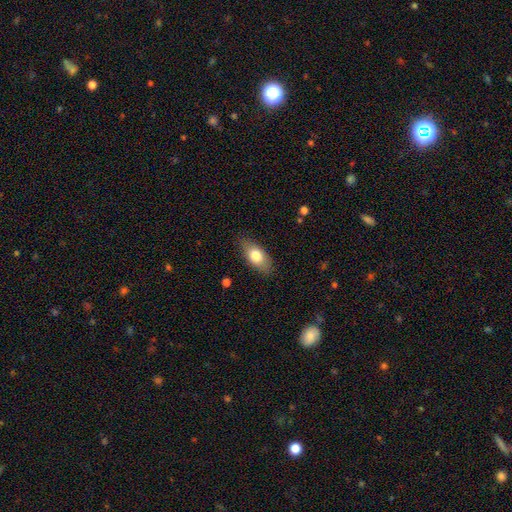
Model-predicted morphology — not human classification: smooth_or_featured: smooth (p=0.76) [alt: featured or disk p=0.18]
how_rounded: in between (p=0.87) [alt: cigar-shaped p=0.08]
merging: none (p=0.83) [alt: minor disturbance p=0.13]